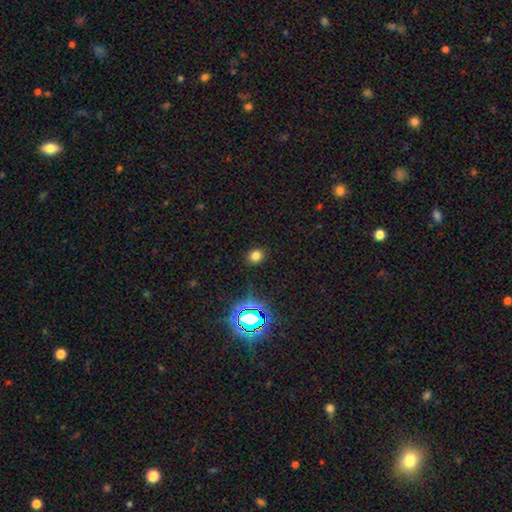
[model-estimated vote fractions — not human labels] Smooth or featured? smooth (73%)
How rounded? round (69%)
Merging? none (88%)